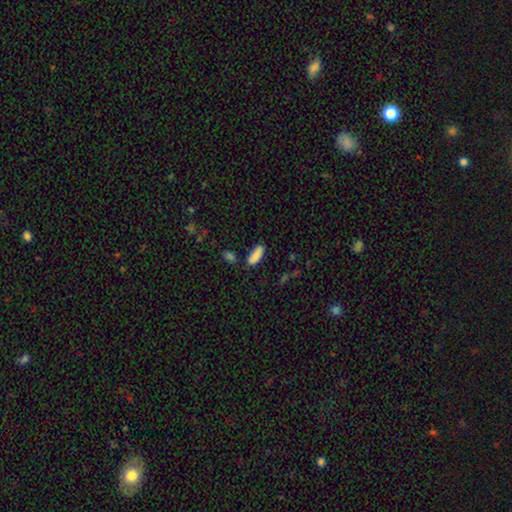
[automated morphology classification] Smooth or featured?
  - smooth: 87% *
  - star or artifact: 7%
  - featured or disk: 6%
How rounded?
  - in between: 68% *
  - cigar-shaped: 30%
  - round: 2%
Merging?
  - none: 71% *
  - minor disturbance: 17%
  - merger: 8%
  - major disturbance: 4%